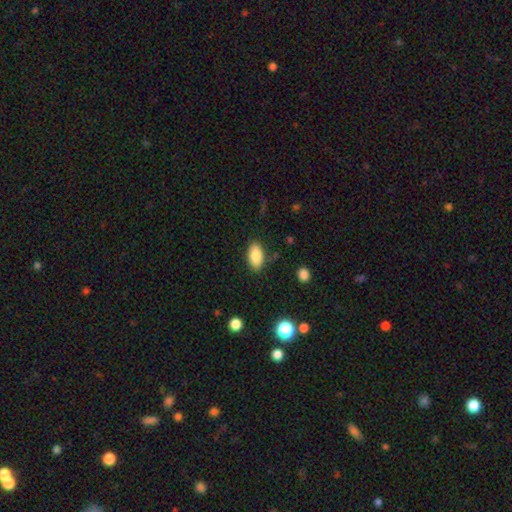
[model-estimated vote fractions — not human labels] Smooth or featured?
  - smooth: 86% *
  - star or artifact: 7%
  - featured or disk: 7%
How rounded?
  - in between: 92% *
  - cigar-shaped: 4%
  - round: 3%
Merging?
  - none: 84% *
  - minor disturbance: 11%
  - major disturbance: 3%
  - merger: 2%